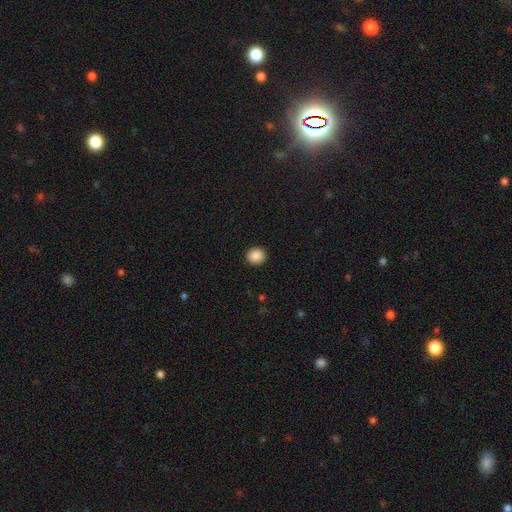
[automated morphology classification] smooth_or_featured: smooth (p=0.89) [alt: star or artifact p=0.09]
how_rounded: round (p=0.90) [alt: in between p=0.09]
merging: none (p=0.92) [alt: minor disturbance p=0.05]